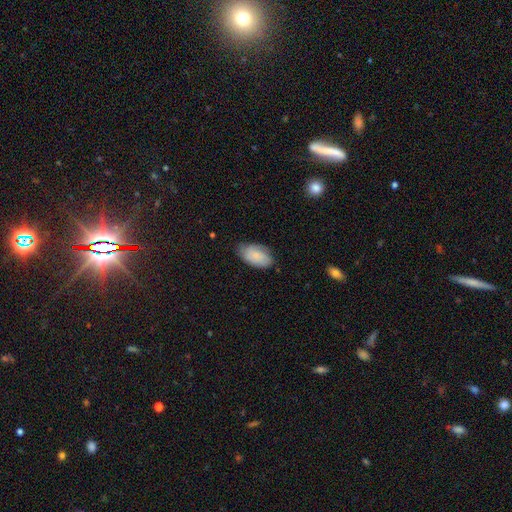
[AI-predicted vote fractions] Morphology: type=smooth (77%); roundness=in between (94%); merging=none (71%).